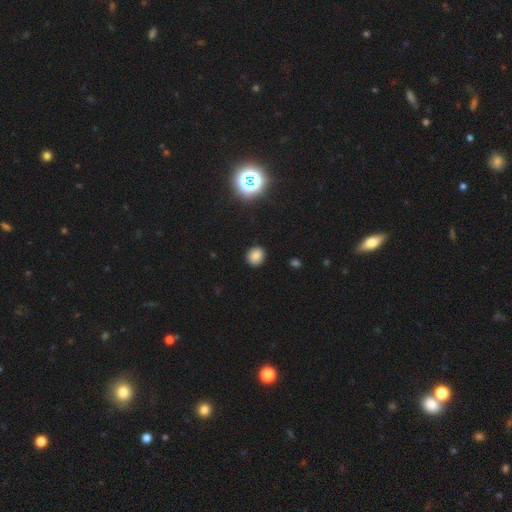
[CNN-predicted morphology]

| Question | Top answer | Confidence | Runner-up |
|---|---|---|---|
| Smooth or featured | smooth | 80% | star or artifact (15%) |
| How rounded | round | 85% | in between (14%) |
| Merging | none | 90% | minor disturbance (7%) |